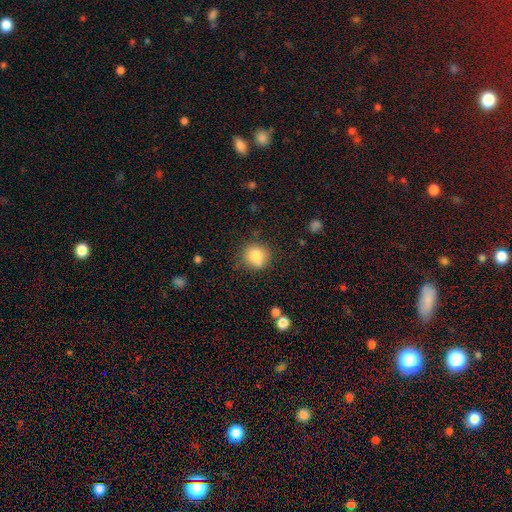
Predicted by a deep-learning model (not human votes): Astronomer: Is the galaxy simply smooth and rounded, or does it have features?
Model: smooth — 82%.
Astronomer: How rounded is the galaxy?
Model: round — 86%.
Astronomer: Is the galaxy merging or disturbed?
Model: none — 74%.